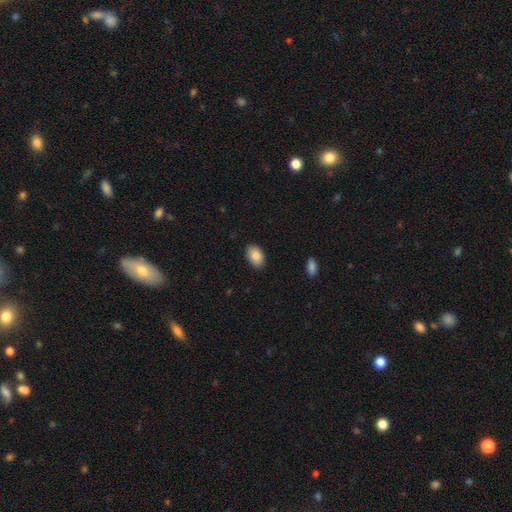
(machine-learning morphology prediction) type=smooth (88%); roundness=in between (90%); merging=none (85%).